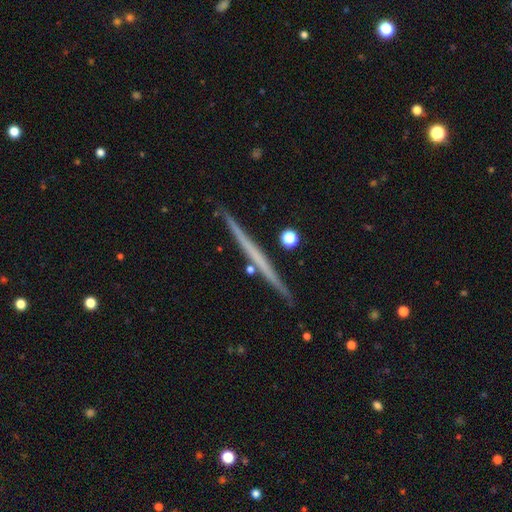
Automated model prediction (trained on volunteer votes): smooth-or-featured: featured or disk: 61% | smooth: 33% | star or artifact: 6%
  disk-edge-on: yes: 98% | no: 2%
    edge-on-bulge: none: 91% | rounded: 6% | boxy: 3%
  merging: none: 90% | minor disturbance: 7% | merger: 2% | major disturbance: 1%